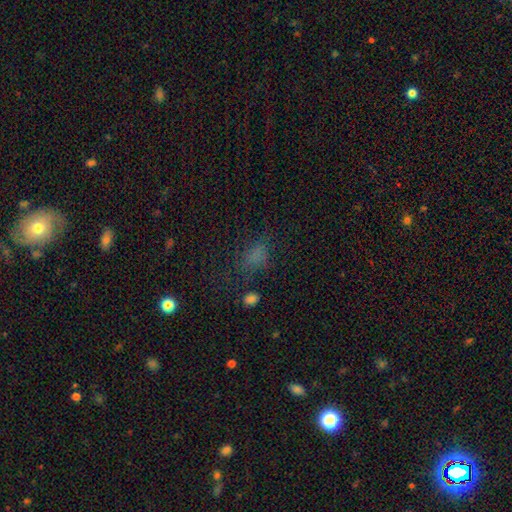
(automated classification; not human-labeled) smooth-or-featured: smooth: 66% | star or artifact: 24% | featured or disk: 10%
  how-rounded: in between: 76% | round: 18% | cigar-shaped: 5%
  merging: none: 56% | minor disturbance: 22% | major disturbance: 19% | merger: 4%